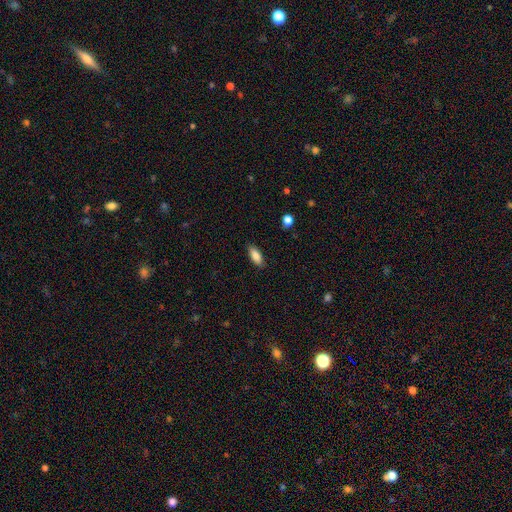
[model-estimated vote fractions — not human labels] smooth-or-featured: smooth: 85% | featured or disk: 8% | star or artifact: 7%
  how-rounded: in between: 82% | cigar-shaped: 16% | round: 2%
  merging: none: 87% | minor disturbance: 10% | major disturbance: 2% | merger: 1%